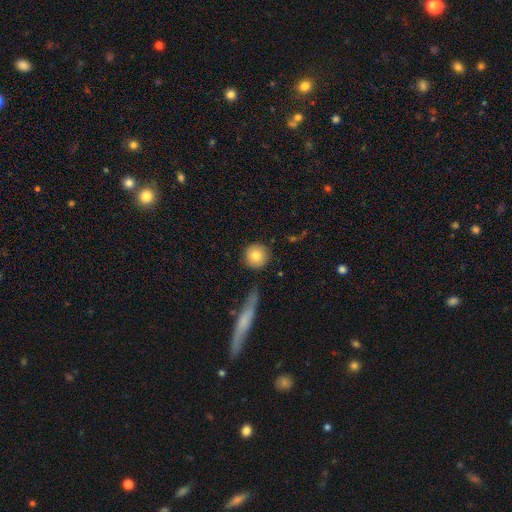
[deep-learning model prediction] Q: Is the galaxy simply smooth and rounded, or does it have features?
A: smooth — 80%.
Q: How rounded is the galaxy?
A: round — 94%.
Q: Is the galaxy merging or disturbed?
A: none — 85%.